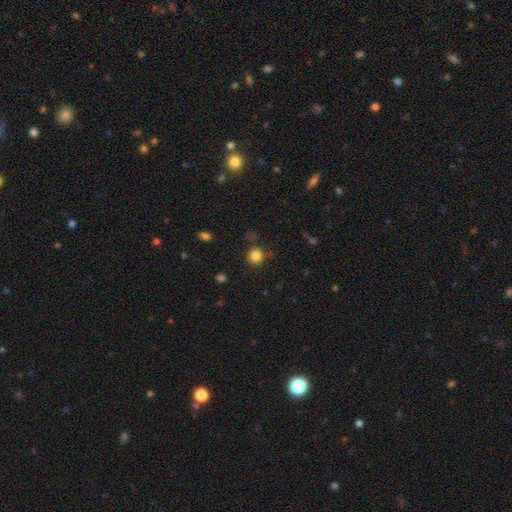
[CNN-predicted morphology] smooth_or_featured: smooth (p=0.83) [alt: star or artifact p=0.12]
how_rounded: round (p=0.90) [alt: in between p=0.09]
merging: none (p=0.83) [alt: minor disturbance p=0.10]